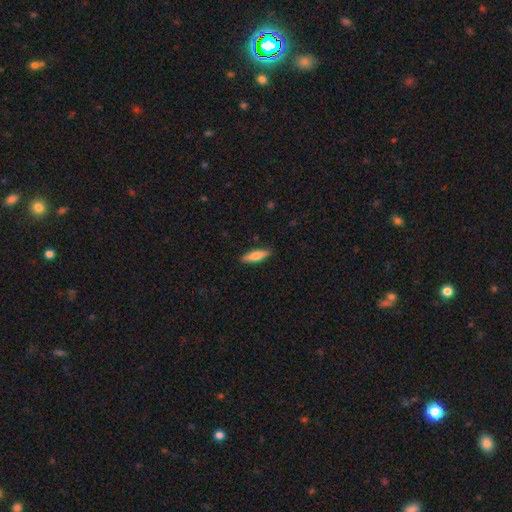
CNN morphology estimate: The model was most divided on "how rounded": cigar-shaped: 58%, in between: 40%, round: 2%. More confident: merging — none (89%); smooth or featured — smooth (71%).